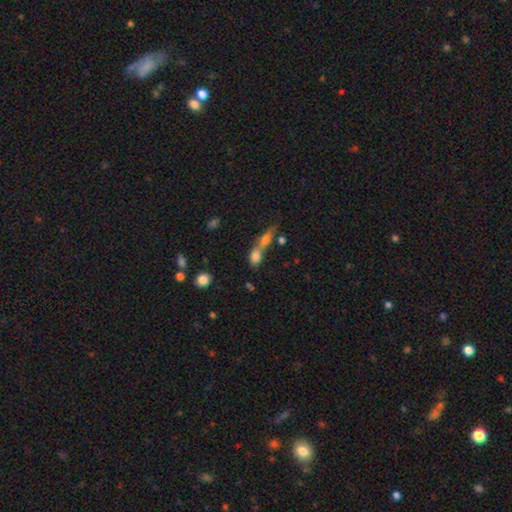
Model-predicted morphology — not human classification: This is likely a smooth galaxy (71%). How rounded: likely in between (64%). Merging: possibly merger (59%).